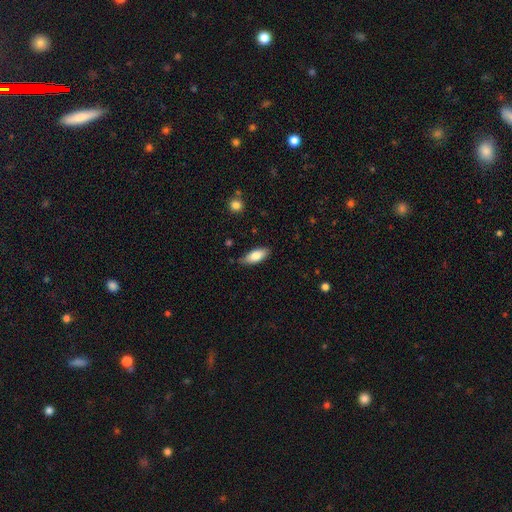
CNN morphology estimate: smooth-or-featured: smooth: 79% | featured or disk: 15% | star or artifact: 6%
  how-rounded: in between: 81% | cigar-shaped: 17% | round: 2%
  merging: none: 75% | minor disturbance: 20% | major disturbance: 3% | merger: 2%